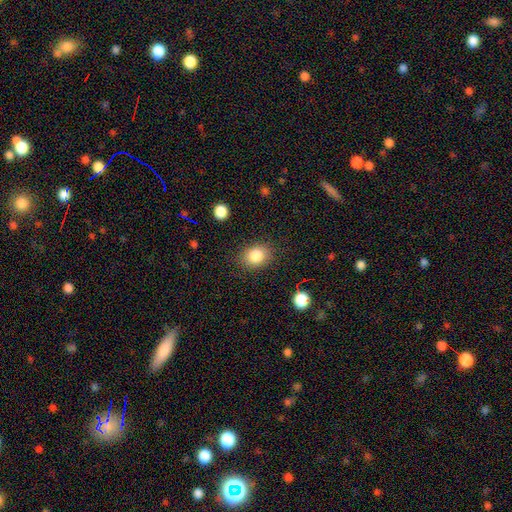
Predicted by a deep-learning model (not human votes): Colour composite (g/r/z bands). It shows a smooth galaxy with no disk features (85%) that is round (50%). Merging: none (84%).